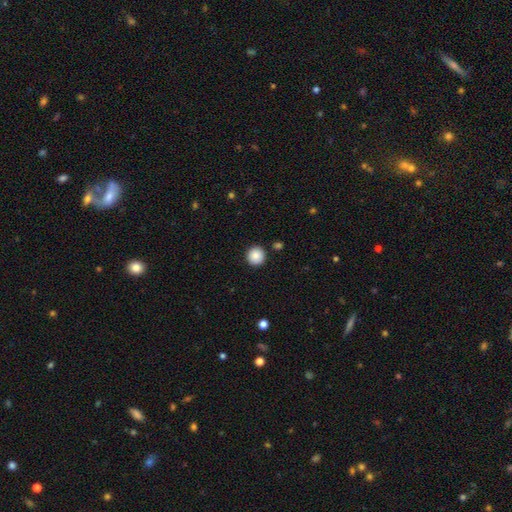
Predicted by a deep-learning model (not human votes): Smooth or featured? Predicted: smooth (p=0.87). How rounded? Predicted: round (p=0.95). Merging? Predicted: none (p=0.91).